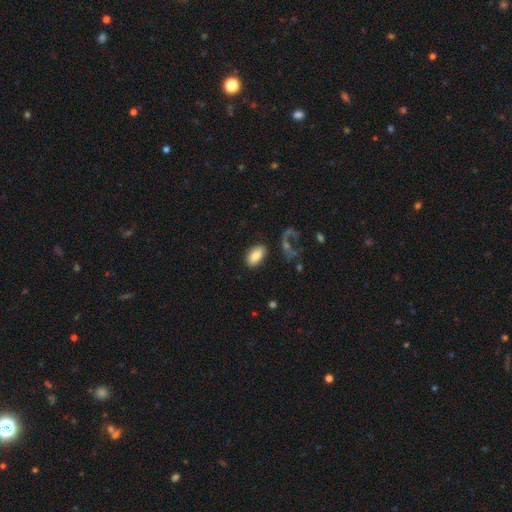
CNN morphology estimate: Smooth or featured: smooth — 82% (featured or disk — 11%)
How rounded: in between — 93% (round — 4%)
Merging: none — 80% (minor disturbance — 11%)